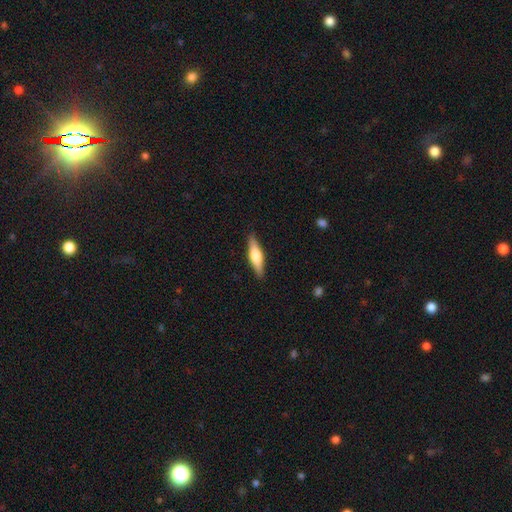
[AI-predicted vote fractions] Smooth or featured: smooth — 48% (featured or disk — 46%)
Merging: none — 89% (minor disturbance — 8%)